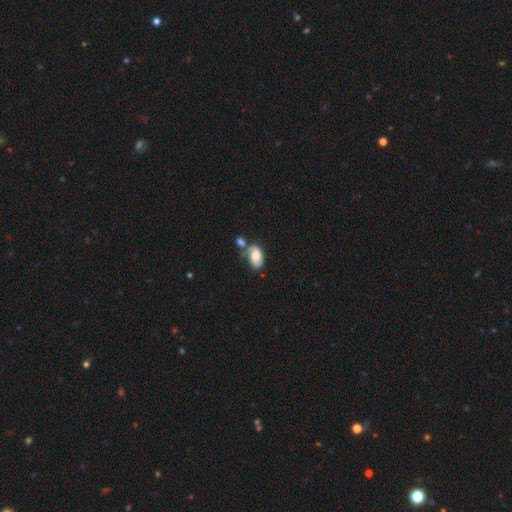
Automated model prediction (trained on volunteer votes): Morphology: type=smooth (69%); roundness=in between (91%); merging=merger (34%).